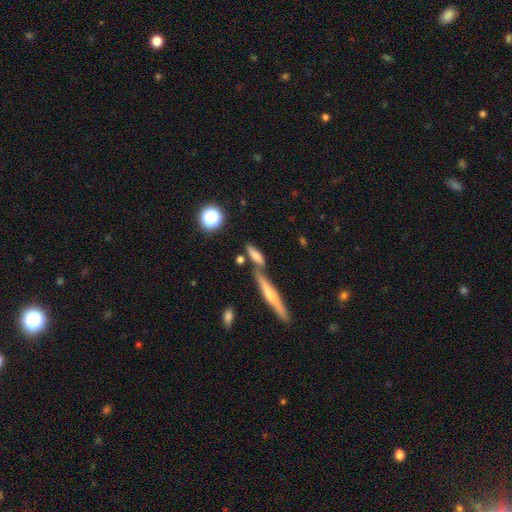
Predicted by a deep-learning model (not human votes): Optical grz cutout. It shows a smooth galaxy with no disk features (68%) that is cigar-shaped (50%). Merging: none (53%).